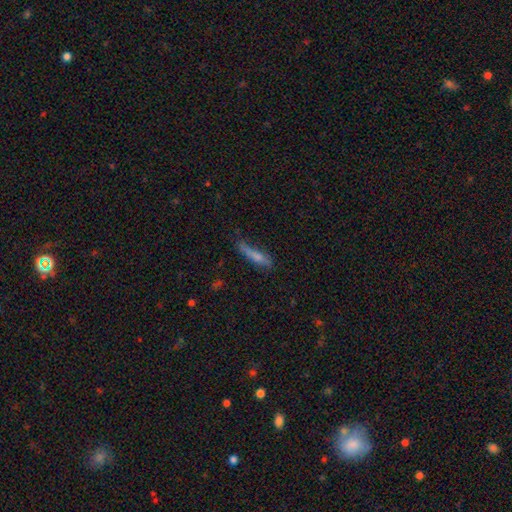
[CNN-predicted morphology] A smooth galaxy with no disk features (65%) that is cigar-shaped (83%).

Vote fractions:
- Smooth or featured? smooth: 65% / featured or disk: 27% / star or artifact: 8%
- How rounded? cigar-shaped: 83% / in between: 15% / round: 2%
- Merging? none: 55% / minor disturbance: 30% / major disturbance: 11% / merger: 4%